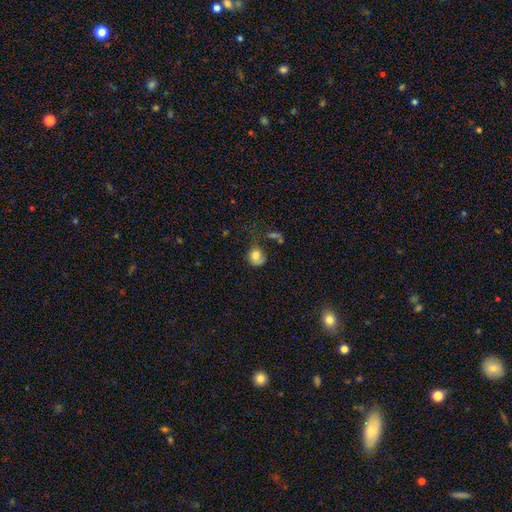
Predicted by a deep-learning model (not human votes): Smooth or featured: smooth — 78% (featured or disk — 13%)
How rounded: round — 61% (in between — 38%)
Merging: none — 36% (minor disturbance — 28%)